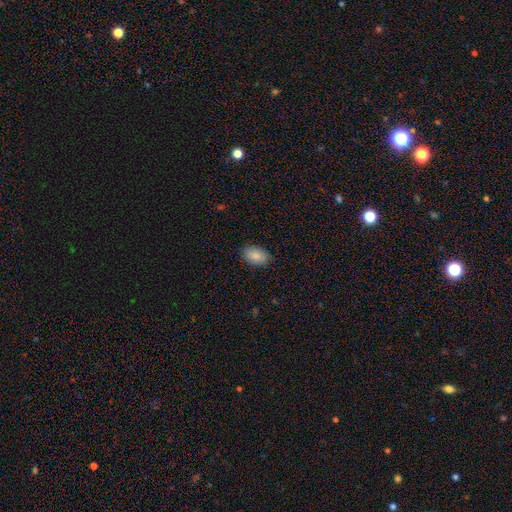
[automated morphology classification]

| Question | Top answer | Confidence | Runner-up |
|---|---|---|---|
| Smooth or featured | smooth | 87% | star or artifact (7%) |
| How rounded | in between | 88% | round (11%) |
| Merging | none | 86% | minor disturbance (11%) |